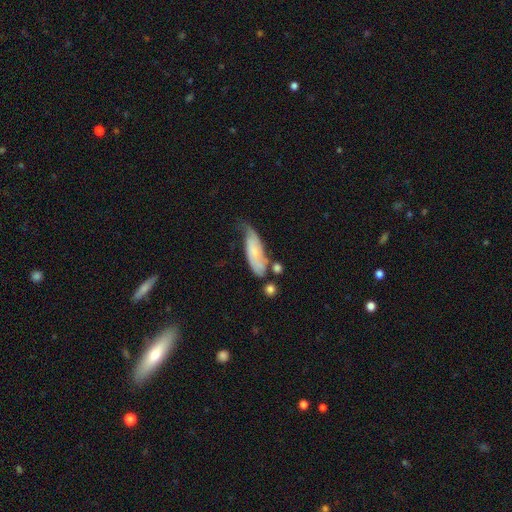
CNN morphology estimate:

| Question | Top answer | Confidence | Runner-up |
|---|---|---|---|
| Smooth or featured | smooth | 47% | featured or disk (44%) |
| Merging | none | 41% | minor disturbance (34%) |